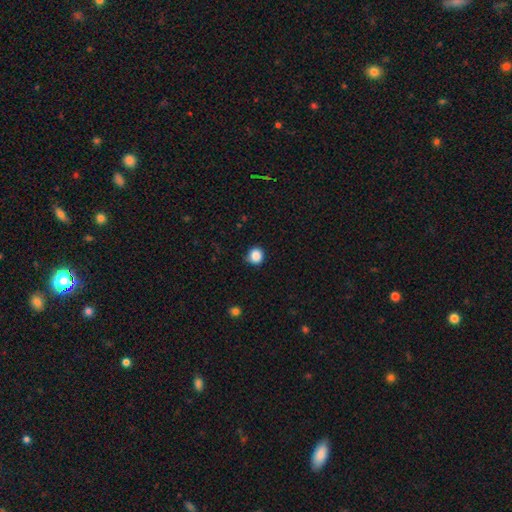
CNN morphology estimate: This appears to be a smooth galaxy with no disk features (88%) that is round (89%). Merging: none (85%).